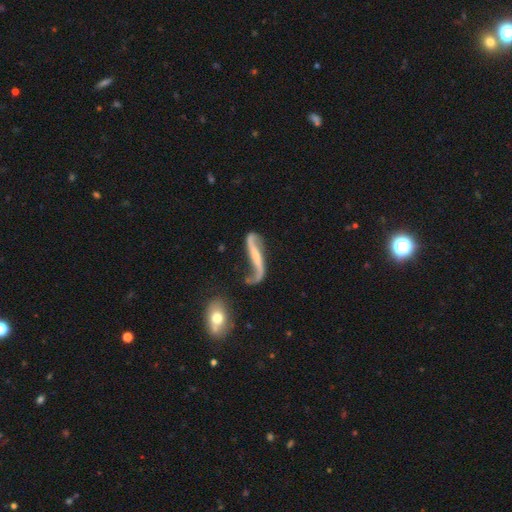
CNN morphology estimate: Smooth or featured?
  - featured or disk: 82% *
  - smooth: 12%
  - star or artifact: 6%
Edge-on disk?
  - no: 83% *
  - yes: 17%
Bar?
  - strong: 39% *
  - no: 33%
  - weak: 29%
Spiral arms?
  - yes: 91% *
  - no: 9%
Spiral winding?
  - loose: 90% *
  - medium: 7%
  - tight: 3%
Spiral arm count?
  - 2: 86% *
  - 1: 9%
  - can't tell: 3%
  - 3: 1%
  - 4: 1%
  - more than 4: 1%
Bulge size?
  - small: 44% *
  - none: 35%
  - moderate: 17%
  - large: 3%
  - dominant: 2%
Merging?
  - none: 48% *
  - minor disturbance: 21%
  - major disturbance: 21%
  - merger: 9%